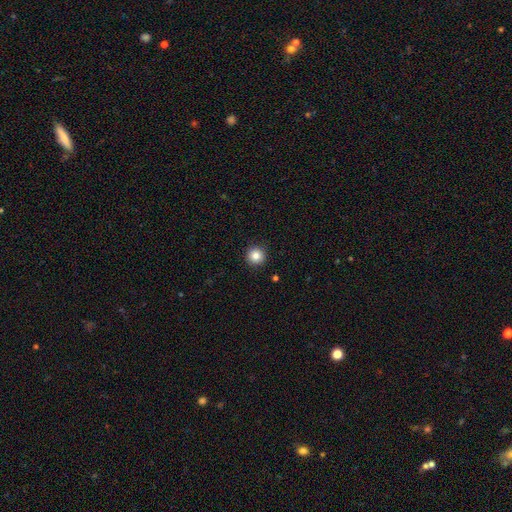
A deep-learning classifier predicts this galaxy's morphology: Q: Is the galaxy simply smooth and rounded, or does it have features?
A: smooth — 85%.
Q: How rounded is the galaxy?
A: round — 96%.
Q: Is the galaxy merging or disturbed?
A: none — 92%.